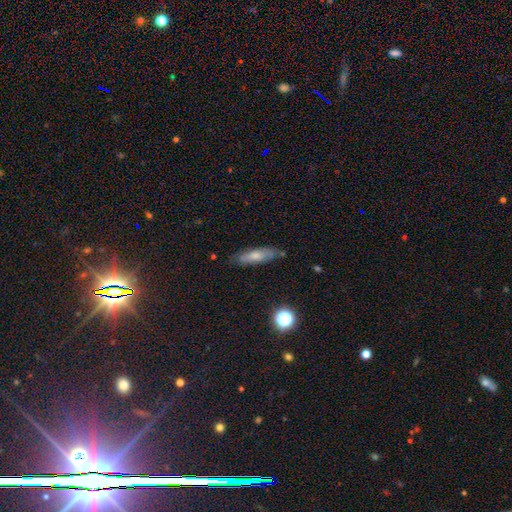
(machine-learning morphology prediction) Smooth or featured? smooth (63%)
How rounded? cigar-shaped (65%)
Merging? none (72%)